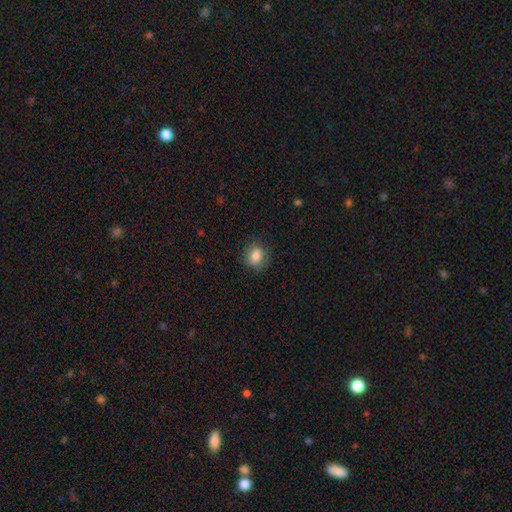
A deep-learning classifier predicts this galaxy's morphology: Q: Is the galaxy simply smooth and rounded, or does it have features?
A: smooth — 80%.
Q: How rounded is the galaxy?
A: round — 57%.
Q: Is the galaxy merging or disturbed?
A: none — 78%.